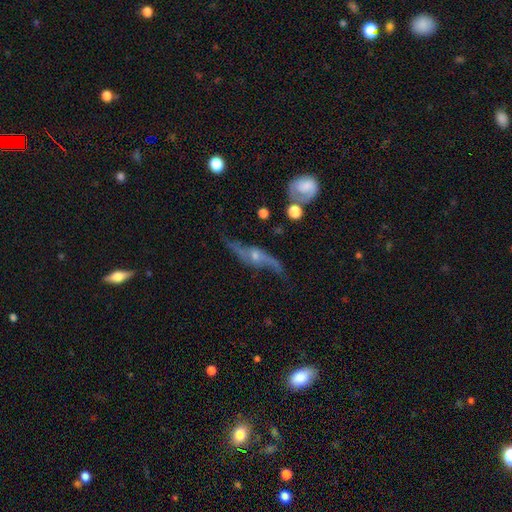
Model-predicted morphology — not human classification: smooth-or-featured: featured or disk: 81% | smooth: 11% | star or artifact: 8%
  disk-edge-on: no: 63% | yes: 37%
    bar: no: 66% | weak: 24% | strong: 11%
    has-spiral-arms: yes: 90% | no: 10%
    bulge-size: small: 52% | moderate: 40% | none: 4% | large: 3% | dominant: 2%
  merging: none: 59% | minor disturbance: 23% | major disturbance: 14% | merger: 4%